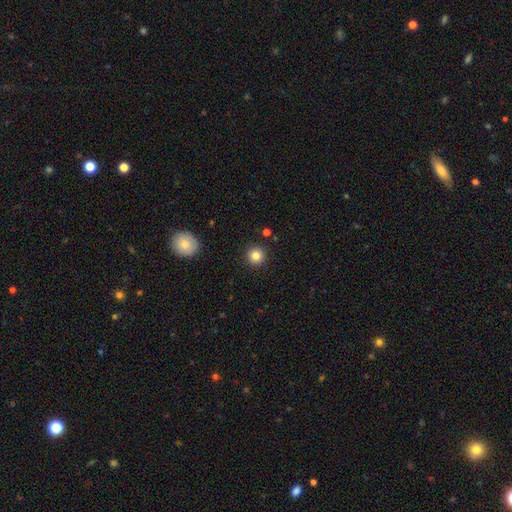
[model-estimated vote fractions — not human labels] Smooth or featured? Predicted: smooth (p=0.83). How rounded? Predicted: round (p=0.95). Merging? Predicted: none (p=0.92).